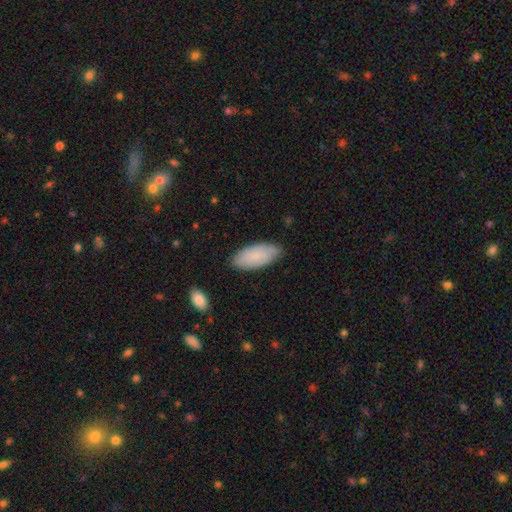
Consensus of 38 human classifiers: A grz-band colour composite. It shows a smooth galaxy with no disk features (95%) that is in between round and cigar-shaped (92%). Merging: none (87%).